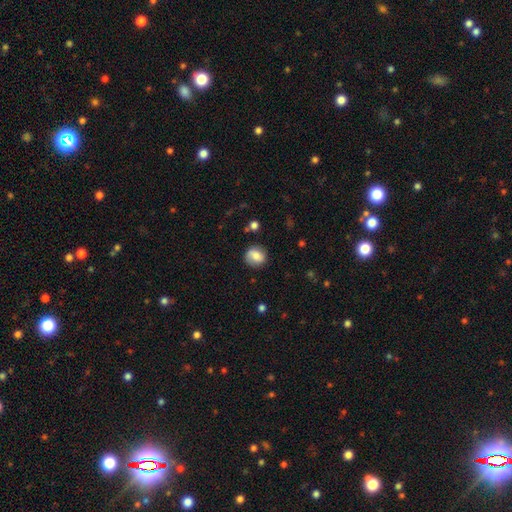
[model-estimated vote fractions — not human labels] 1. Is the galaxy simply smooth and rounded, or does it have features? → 66% smooth, 25% featured or disk, 9% star or artifact.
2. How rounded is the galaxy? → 79% round, 20% in between, 1% cigar-shaped.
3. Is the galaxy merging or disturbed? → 81% none, 14% minor disturbance, 4% major disturbance, 2% merger.